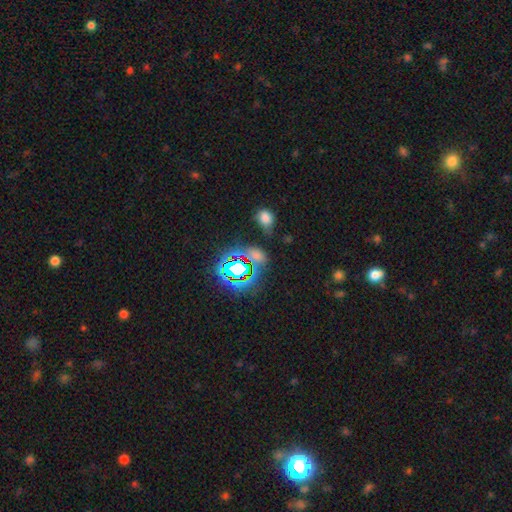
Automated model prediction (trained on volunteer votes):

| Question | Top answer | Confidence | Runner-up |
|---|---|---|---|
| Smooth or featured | star or artifact | 62% | smooth (28%) |